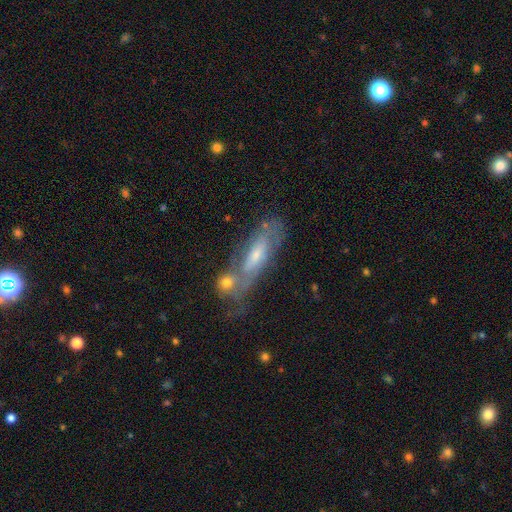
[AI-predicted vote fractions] A featured or disk galaxy (58%).

Vote fractions:
- Smooth or featured? featured or disk: 58% / smooth: 34% / star or artifact: 8%
- Edge-on disk? no: 73% / yes: 27%
- Merging? none: 40% / merger: 33% / minor disturbance: 17% / major disturbance: 9%